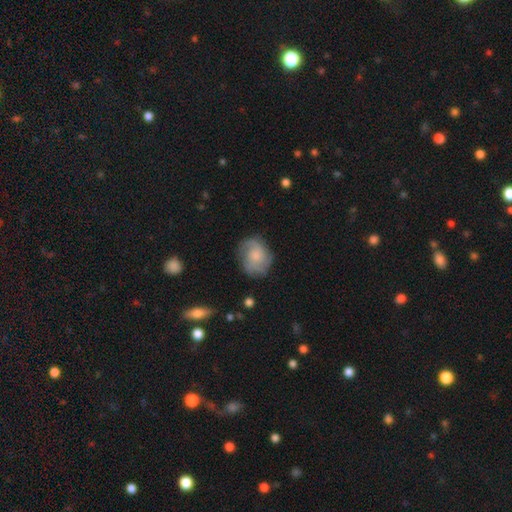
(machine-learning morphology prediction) Overall: featured or disk (57%; smooth 36%). Edge-on disk: no (97%). Bar: no (74%). Spiral arms: yes (89%). Bulge size: small (38%; moderate 33%). Merging: none (73%).